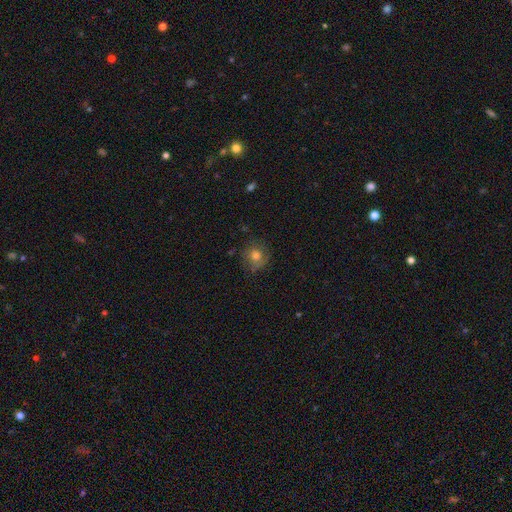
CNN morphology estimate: Q: Smooth or featured?
A: smooth (66%); runner-up: featured or disk (21%)
Q: How rounded?
A: round (88%); runner-up: in between (11%)
Q: Merging?
A: none (74%); runner-up: minor disturbance (18%)